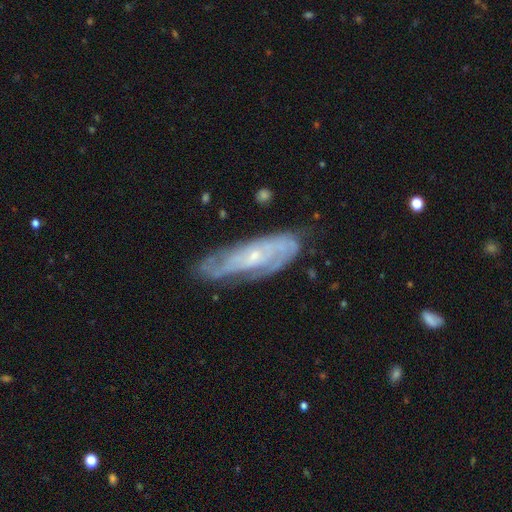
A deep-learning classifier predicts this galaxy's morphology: Smooth or featured?
  - featured or disk: 79% *
  - smooth: 14%
  - star or artifact: 6%
Edge-on disk?
  - no: 83% *
  - yes: 17%
Bar?
  - no: 66% *
  - weak: 27%
  - strong: 7%
Spiral arms?
  - yes: 91% *
  - no: 9%
Spiral winding?
  - tight: 59% *
  - medium: 32%
  - loose: 9%
Spiral arm count?
  - can't tell: 43% *
  - 2: 32%
  - 3: 12%
  - 4: 6%
  - 1: 4%
  - more than 4: 4%
Bulge size?
  - small: 78% *
  - moderate: 18%
  - none: 3%
  - large: 1%
  - dominant: 1%
Merging?
  - none: 72% *
  - minor disturbance: 20%
  - major disturbance: 6%
  - merger: 2%